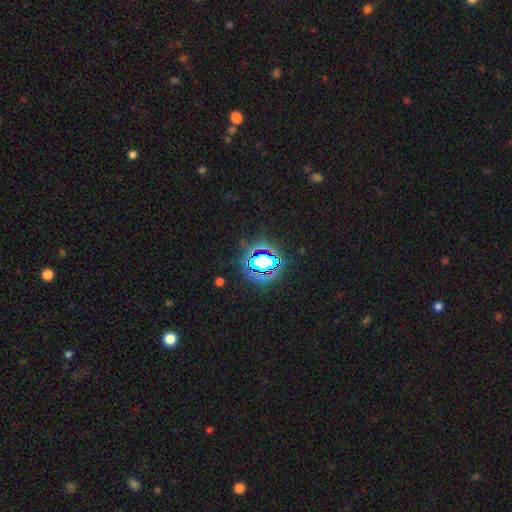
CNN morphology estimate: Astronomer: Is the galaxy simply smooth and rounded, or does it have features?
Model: star or artifact — 81%.